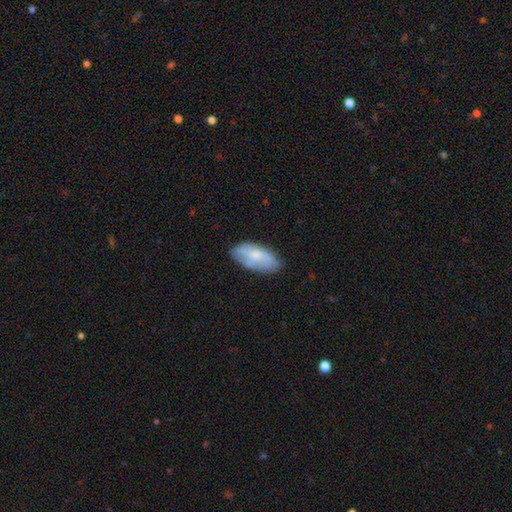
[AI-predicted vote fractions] smooth 62%, featured or disk 31%, star or artifact 7%. Down the decision tree: how rounded — in between (92%); merging — none (70%).